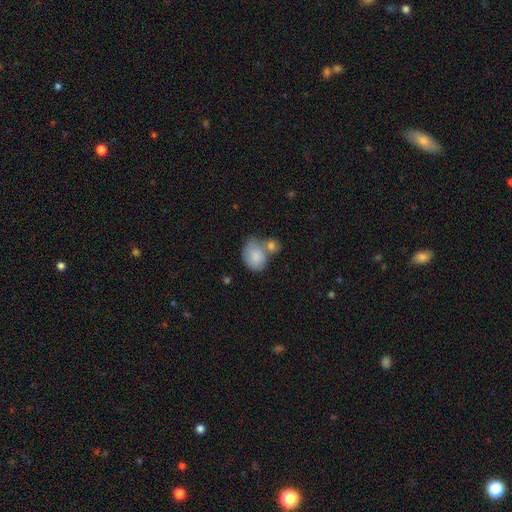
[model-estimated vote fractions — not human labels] smooth 82%, featured or disk 11%, star or artifact 7%. Down the decision tree: how rounded — in between (63%); merging — merger (41%).